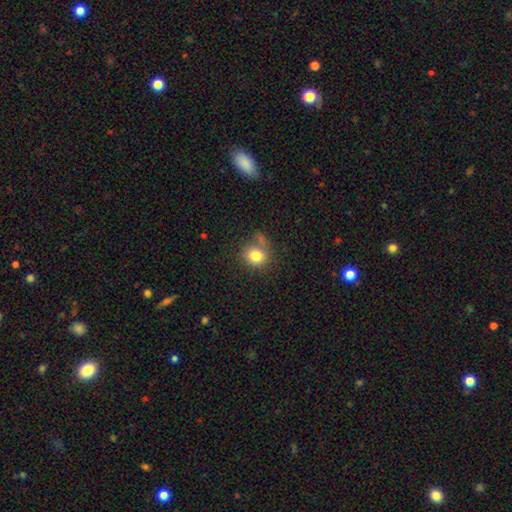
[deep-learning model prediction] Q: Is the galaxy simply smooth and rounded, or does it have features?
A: smooth — 80%.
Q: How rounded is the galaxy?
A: round — 79%.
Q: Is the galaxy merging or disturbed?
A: none — 59%.